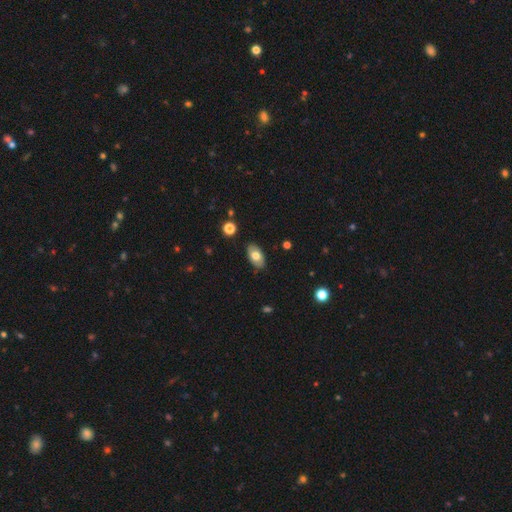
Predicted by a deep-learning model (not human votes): A smooth galaxy with no disk features (69%) that is in between round and cigar-shaped (94%).

Vote fractions:
- Smooth or featured? smooth: 69% / featured or disk: 25% / star or artifact: 6%
- How rounded? in between: 94% / round: 4% / cigar-shaped: 2%
- Merging? none: 86% / minor disturbance: 10% / major disturbance: 2% / merger: 1%